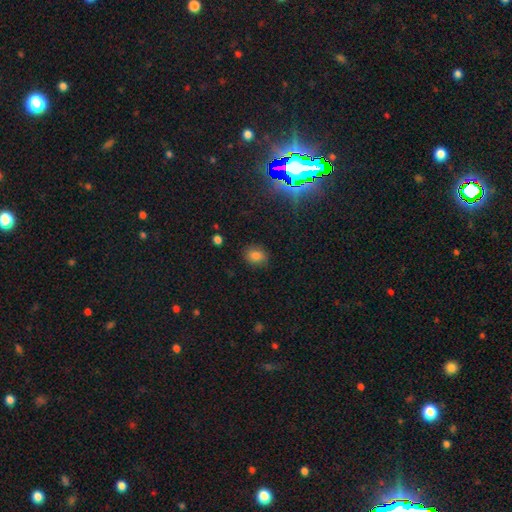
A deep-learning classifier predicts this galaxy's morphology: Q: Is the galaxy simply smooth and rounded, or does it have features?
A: smooth — 79%.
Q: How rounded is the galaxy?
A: in between — 52%.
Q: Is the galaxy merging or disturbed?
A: none — 82%.